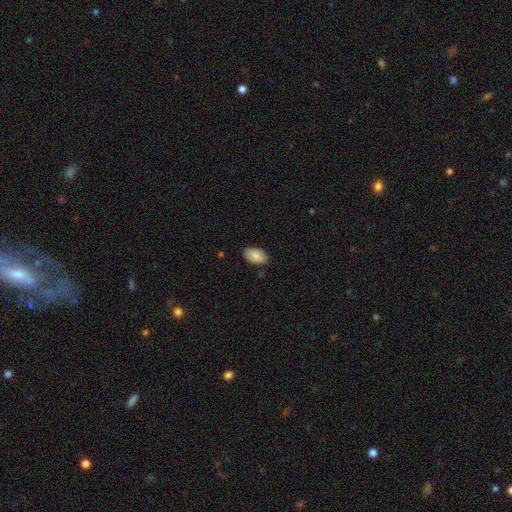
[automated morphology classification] smooth-or-featured: smooth: 88% | star or artifact: 7% | featured or disk: 5%
  how-rounded: in between: 93% | round: 6% | cigar-shaped: 1%
  merging: none: 85% | minor disturbance: 12% | major disturbance: 2% | merger: 1%